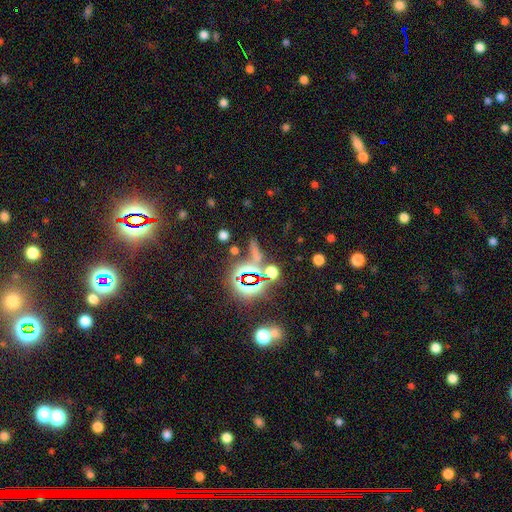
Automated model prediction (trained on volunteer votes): Smooth or featured?
  - star or artifact: 56% *
  - smooth: 32%
  - featured or disk: 12%